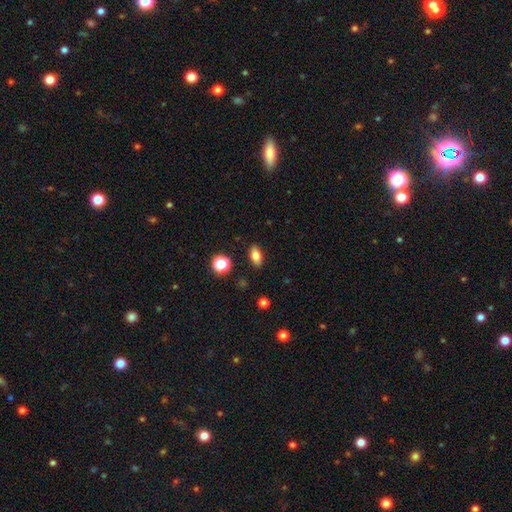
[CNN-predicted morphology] smooth-or-featured: smooth: 78% | featured or disk: 12% | star or artifact: 11%
  how-rounded: in between: 83% | round: 9% | cigar-shaped: 8%
  merging: none: 88% | minor disturbance: 8% | major disturbance: 2% | merger: 2%